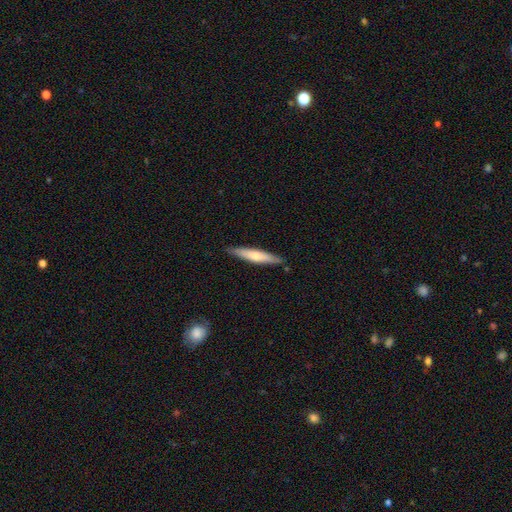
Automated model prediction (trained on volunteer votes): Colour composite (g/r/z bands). It shows a smooth galaxy with no disk features (57%) that is cigar-shaped (88%). Merging: none (87%).